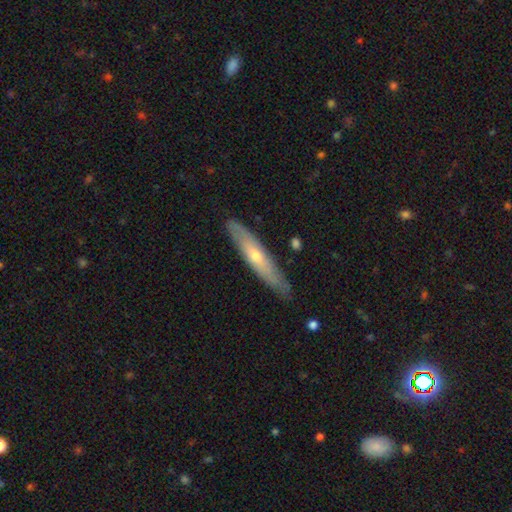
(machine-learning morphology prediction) type=featured or disk (56%); edge-on=yes (72%); merging=none (83%).